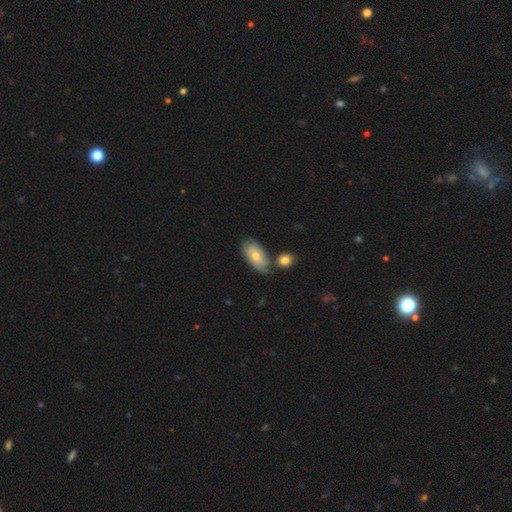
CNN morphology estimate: Smooth or featured: smooth — 66% (featured or disk — 28%)
How rounded: in between — 91% (round — 5%)
Merging: none — 54% (minor disturbance — 23%)